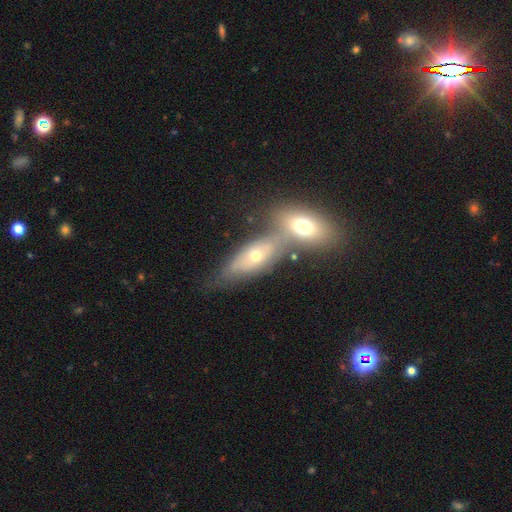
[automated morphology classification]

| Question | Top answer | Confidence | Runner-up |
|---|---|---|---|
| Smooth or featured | smooth | 48% | featured or disk (42%) |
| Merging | merger | 49% | none (33%) |